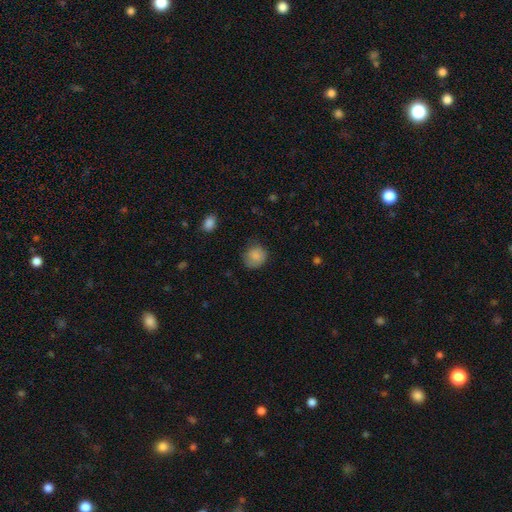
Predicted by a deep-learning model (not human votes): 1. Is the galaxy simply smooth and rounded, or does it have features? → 86% smooth, 9% star or artifact, 6% featured or disk.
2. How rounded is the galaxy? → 84% round, 15% in between, 1% cigar-shaped.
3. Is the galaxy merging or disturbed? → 70% none, 22% minor disturbance, 6% major disturbance, 1% merger.